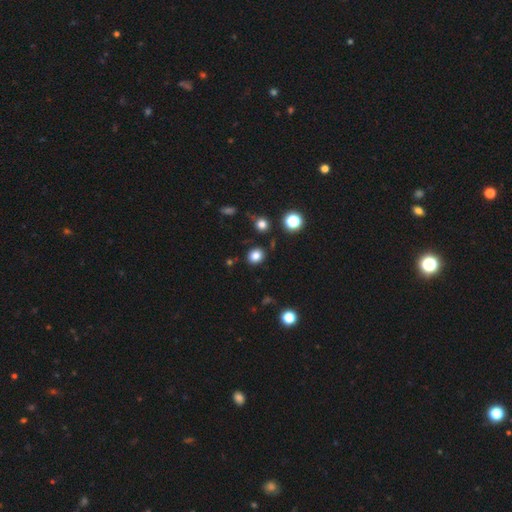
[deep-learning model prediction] smooth 82%, star or artifact 13%, featured or disk 5%. Down the decision tree: how rounded — round (64%); merging — none (86%).